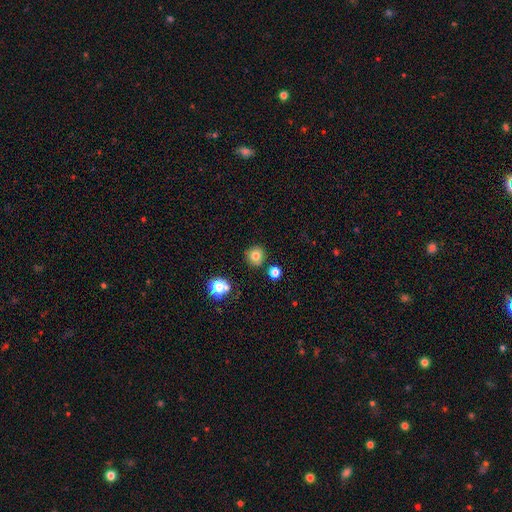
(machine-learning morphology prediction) This appears to be a smooth galaxy with no disk features (76%) that is round (92%). Merging: none (84%).